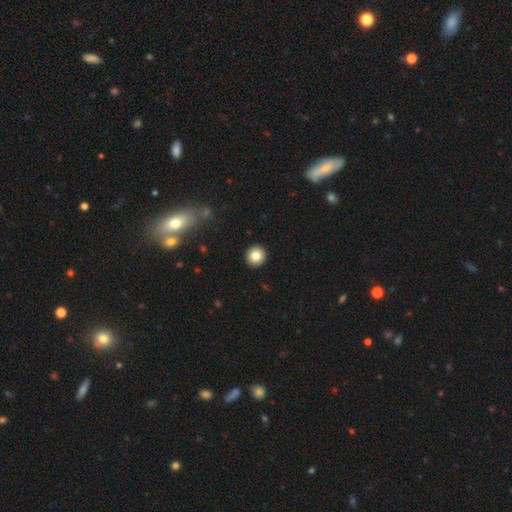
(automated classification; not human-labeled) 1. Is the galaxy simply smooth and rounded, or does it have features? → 83% smooth, 10% star or artifact, 7% featured or disk.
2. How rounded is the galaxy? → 94% round, 5% in between, 1% cigar-shaped.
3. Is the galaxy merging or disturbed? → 93% none, 4% minor disturbance, 2% major disturbance, 1% merger.